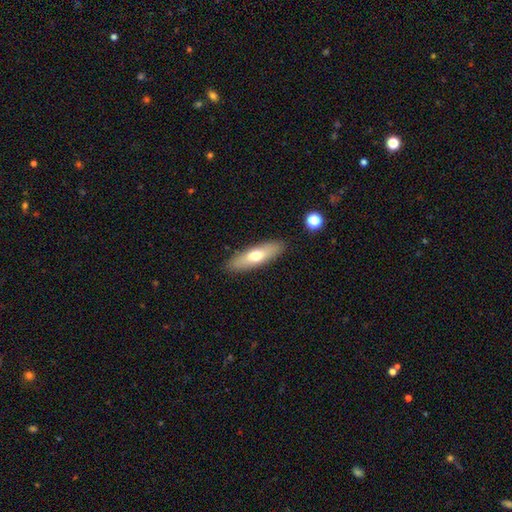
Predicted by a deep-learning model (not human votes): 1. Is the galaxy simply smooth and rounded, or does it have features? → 61% smooth, 32% featured or disk, 6% star or artifact.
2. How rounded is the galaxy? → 57% cigar-shaped, 40% in between, 2% round.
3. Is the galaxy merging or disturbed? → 88% none, 8% minor disturbance, 2% major disturbance, 1% merger.